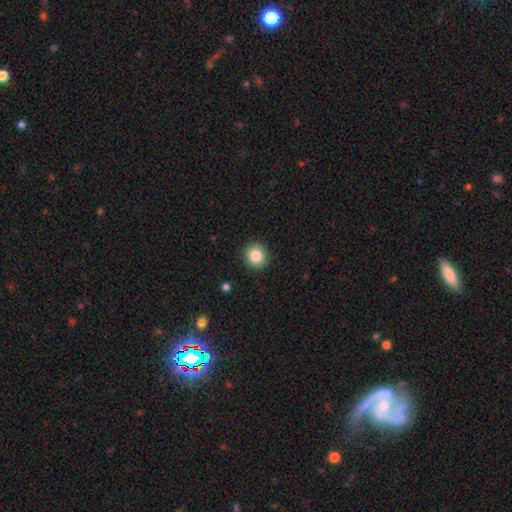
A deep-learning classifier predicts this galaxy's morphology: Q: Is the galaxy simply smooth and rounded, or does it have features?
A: smooth — 86%.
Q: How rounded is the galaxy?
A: round — 90%.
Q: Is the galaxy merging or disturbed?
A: none — 91%.